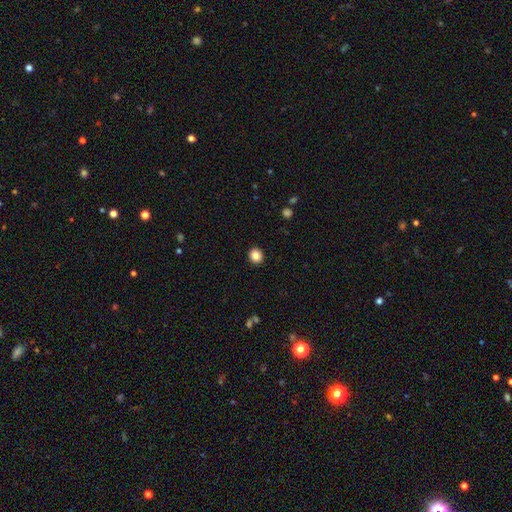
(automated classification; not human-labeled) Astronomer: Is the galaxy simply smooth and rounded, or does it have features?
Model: smooth — 85%.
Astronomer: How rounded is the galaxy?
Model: round — 80%.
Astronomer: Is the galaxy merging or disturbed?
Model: none — 92%.